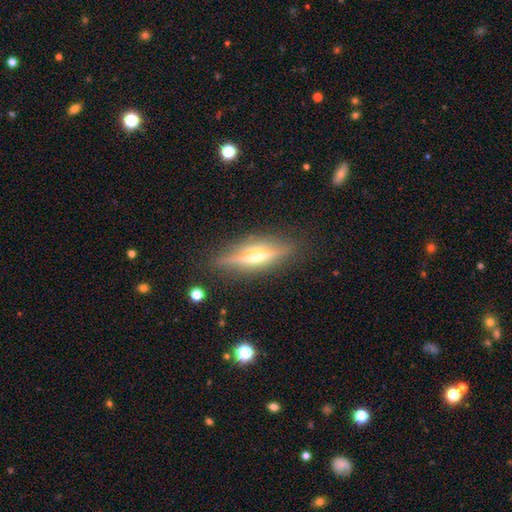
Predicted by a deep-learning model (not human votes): A featured or disk galaxy (74%) viewed edge-on (94%) with a rounded central bulge (85%). Merging: none (87%).